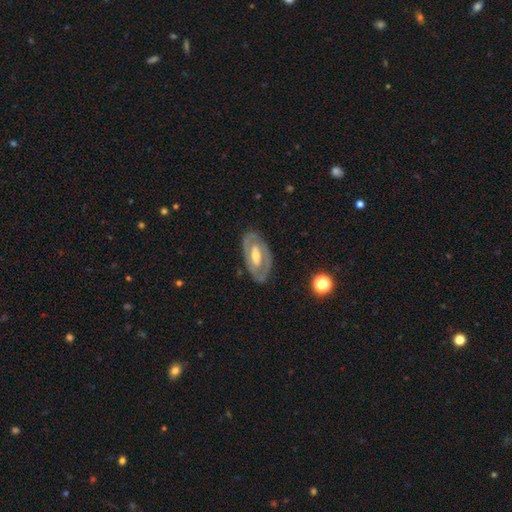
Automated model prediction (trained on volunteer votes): This appears to be a featured or disk galaxy (75%) with a weak bar (38%), spiral arms (55%) and a moderate central bulge (62%). Merging: none (81%).